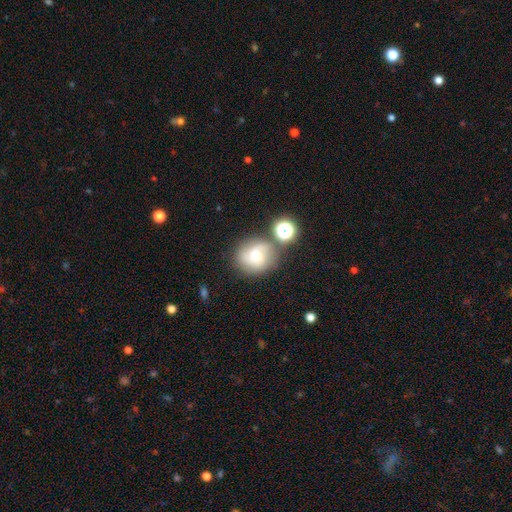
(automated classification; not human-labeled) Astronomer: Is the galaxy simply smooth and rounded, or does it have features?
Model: smooth — 47% (runner-up: featured or disk, 40%).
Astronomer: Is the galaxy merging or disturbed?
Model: none — 59%.